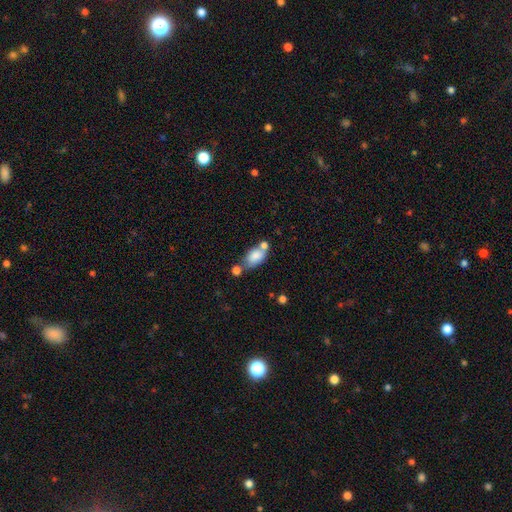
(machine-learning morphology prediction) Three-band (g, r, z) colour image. It shows a smooth galaxy with no disk features (80%) that is in between round and cigar-shaped (87%). Merging: none (44%).